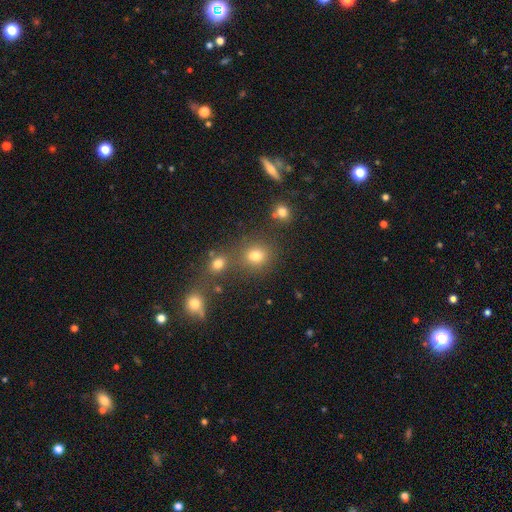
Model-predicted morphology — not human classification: smooth 74%, star or artifact 18%, featured or disk 7%. Down the decision tree: how rounded — round (78%); merging — none (66%).